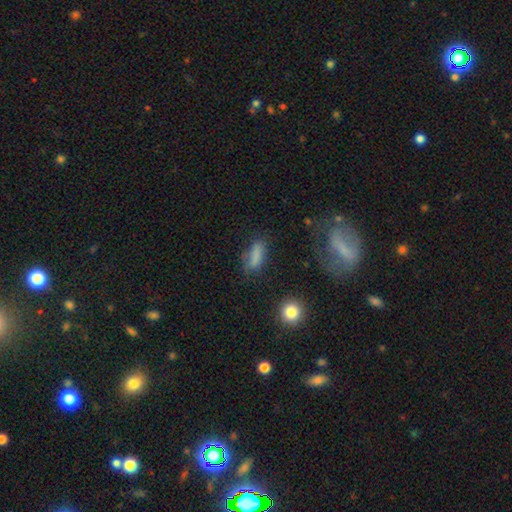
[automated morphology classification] smooth_or_featured: smooth (p=0.78) [alt: star or artifact p=0.11]
how_rounded: in between (p=0.64) [alt: cigar-shaped p=0.31]
merging: none (p=0.60) [alt: minor disturbance p=0.24]